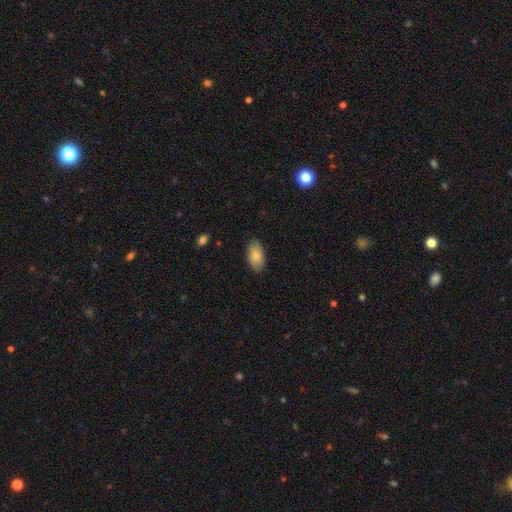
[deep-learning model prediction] smooth-or-featured: smooth: 82% | featured or disk: 12% | star or artifact: 6%
  how-rounded: in between: 94% | round: 3% | cigar-shaped: 3%
  merging: none: 86% | minor disturbance: 11% | major disturbance: 2% | merger: 1%